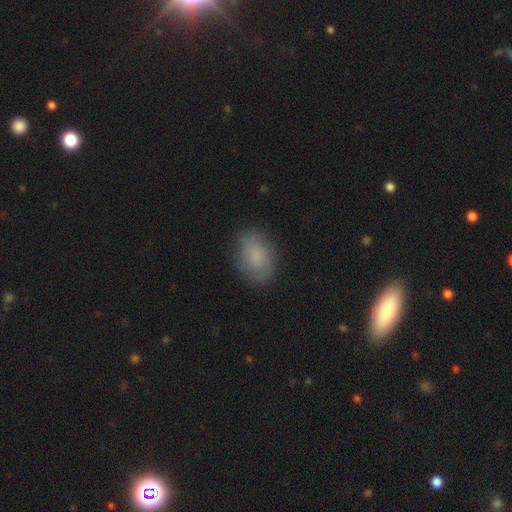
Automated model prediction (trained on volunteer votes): Q: Smooth or featured?
A: smooth (80%); runner-up: featured or disk (12%)
Q: How rounded?
A: in between (87%); runner-up: round (12%)
Q: Merging?
A: none (79%); runner-up: minor disturbance (16%)